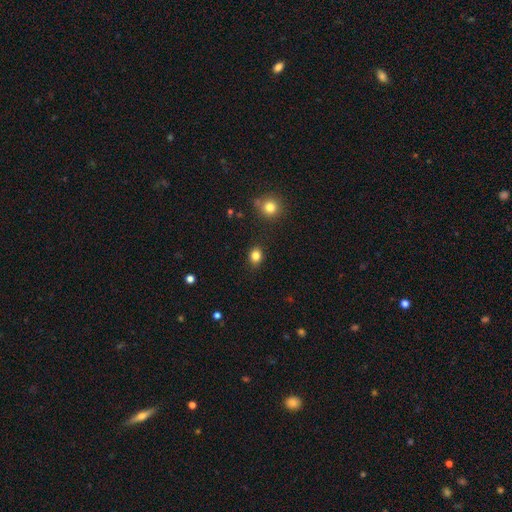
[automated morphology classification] smooth_or_featured: smooth (p=0.83) [alt: star or artifact p=0.12]
how_rounded: round (p=0.60) [alt: in between p=0.39]
merging: none (p=0.87) [alt: minor disturbance p=0.09]